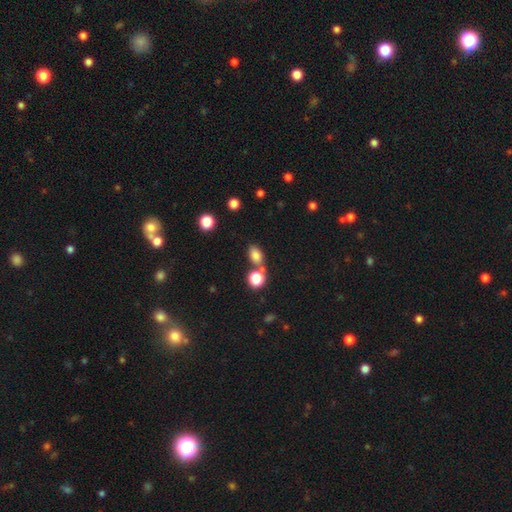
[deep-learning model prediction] A smooth galaxy with no disk features (80%) that is in between round and cigar-shaped (75%). Merging: none (58%).